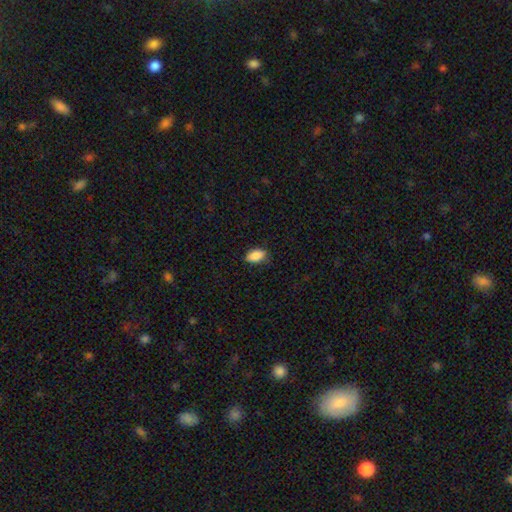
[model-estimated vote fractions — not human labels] Q: Smooth or featured?
A: smooth (88%); runner-up: star or artifact (7%)
Q: How rounded?
A: in between (91%); runner-up: round (5%)
Q: Merging?
A: none (80%); runner-up: minor disturbance (16%)